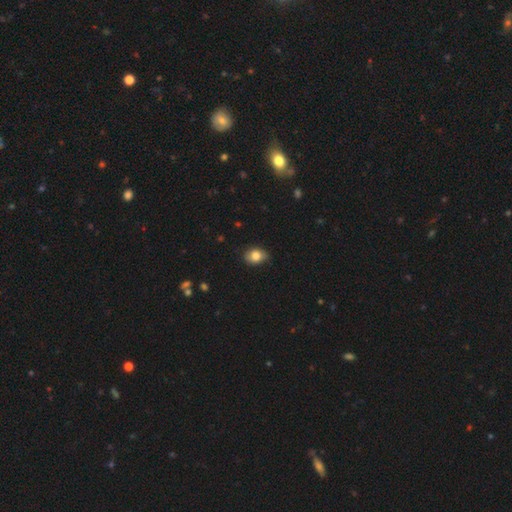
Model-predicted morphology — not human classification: Overall: smooth (83%). How rounded: in between (65%; round 34%). Merging: none (78%).